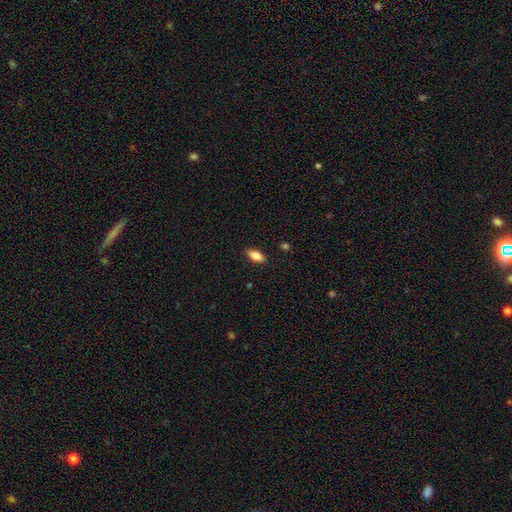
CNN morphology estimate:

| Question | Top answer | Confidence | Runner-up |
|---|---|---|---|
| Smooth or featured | smooth | 77% | featured or disk (16%) |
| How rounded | in between | 83% | cigar-shaped (14%) |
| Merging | none | 88% | minor disturbance (9%) |